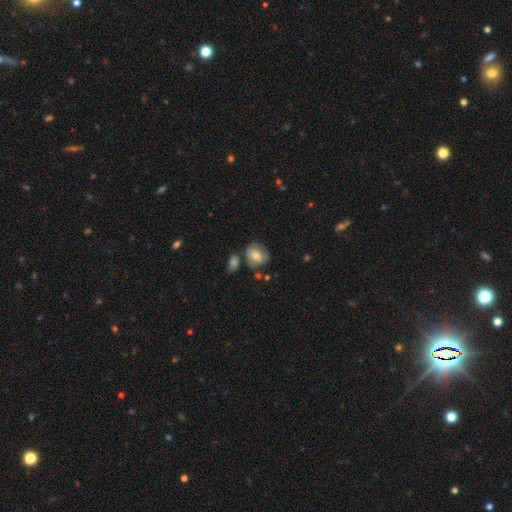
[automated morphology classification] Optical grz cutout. It shows a smooth galaxy with no disk features (64%) that is round (63%). Merging: none (56%).